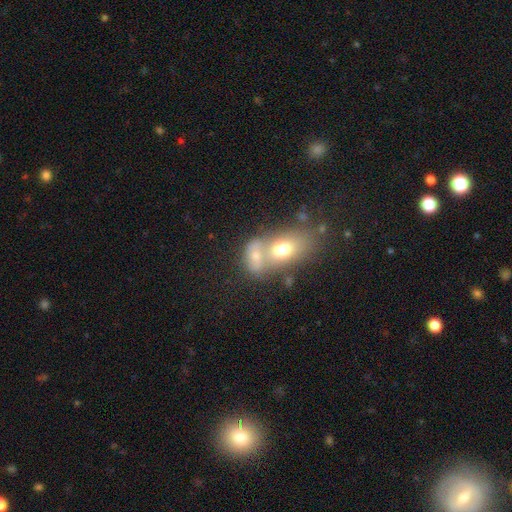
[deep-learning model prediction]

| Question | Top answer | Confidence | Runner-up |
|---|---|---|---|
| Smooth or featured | smooth | 64% | featured or disk (24%) |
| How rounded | in between | 72% | round (24%) |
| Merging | merger | 63% | none (24%) |